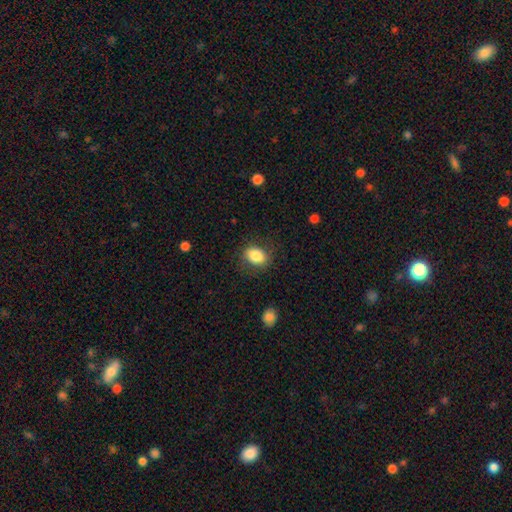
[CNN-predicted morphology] Smooth or featured?
  - smooth: 84% *
  - star or artifact: 8%
  - featured or disk: 8%
How rounded?
  - in between: 69% *
  - round: 30%
  - cigar-shaped: 1%
Merging?
  - none: 80% *
  - minor disturbance: 14%
  - major disturbance: 5%
  - merger: 1%